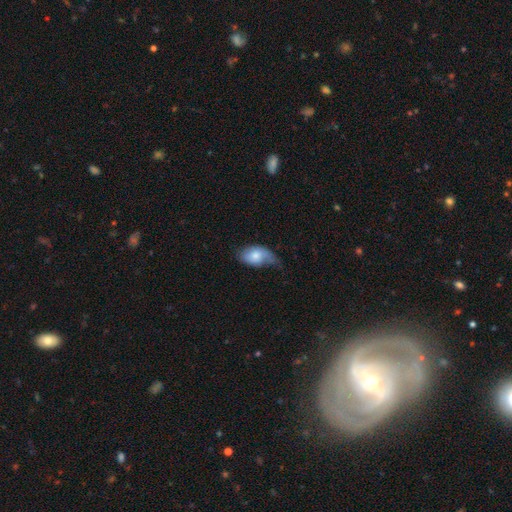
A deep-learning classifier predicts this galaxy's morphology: Smooth or featured? Predicted: smooth (p=0.69). How rounded? Predicted: in between (p=0.89). Merging? Predicted: minor disturbance (p=0.43).